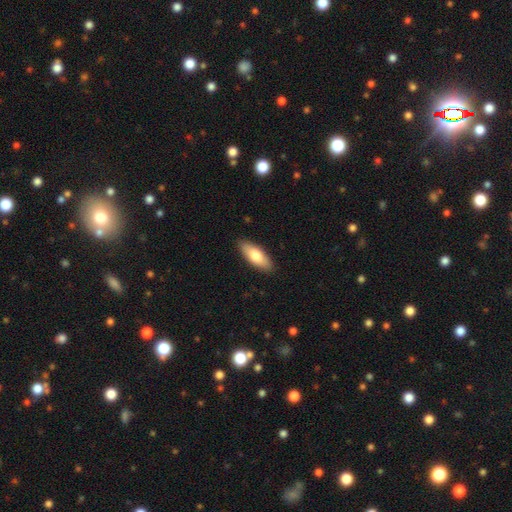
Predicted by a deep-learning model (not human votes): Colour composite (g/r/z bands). It shows a smooth galaxy with no disk features (77%) that is in between round and cigar-shaped (71%). Merging: none (89%).